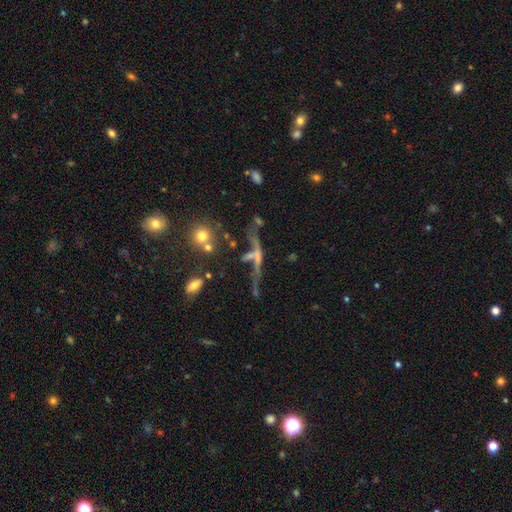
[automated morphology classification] A featured or disk galaxy (51%). Merging: none (29%, tied with merger).